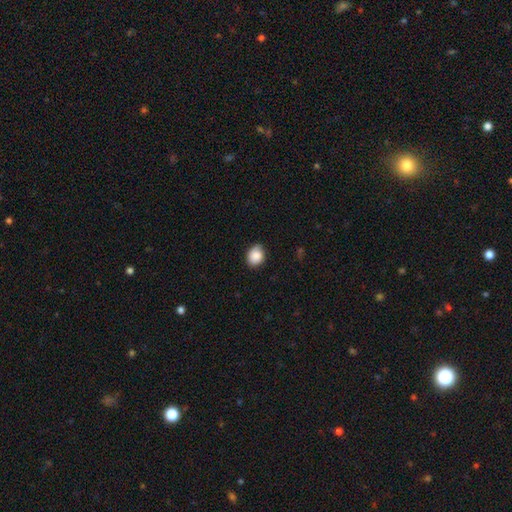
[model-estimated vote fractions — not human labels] Smooth or featured?
  - smooth: 87% *
  - star or artifact: 8%
  - featured or disk: 5%
How rounded?
  - in between: 50% *
  - round: 49%
  - cigar-shaped: 1%
Merging?
  - none: 78% *
  - minor disturbance: 18%
  - major disturbance: 3%
  - merger: 1%